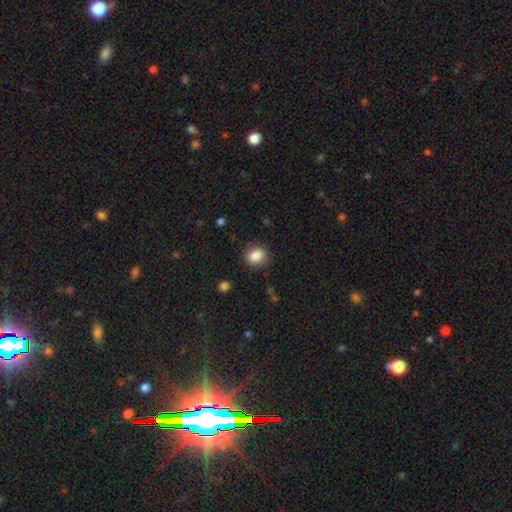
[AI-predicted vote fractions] Smooth or featured: smooth — 85% (star or artifact — 9%)
How rounded: round — 73% (in between — 26%)
Merging: none — 86% (minor disturbance — 10%)